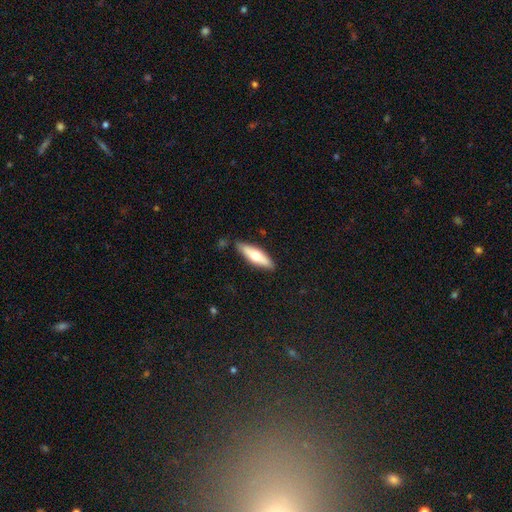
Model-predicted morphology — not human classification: smooth_or_featured: smooth (p=0.55) [alt: featured or disk p=0.39]
how_rounded: cigar-shaped (p=0.55) [alt: in between p=0.43]
merging: none (p=0.84) [alt: minor disturbance p=0.12]